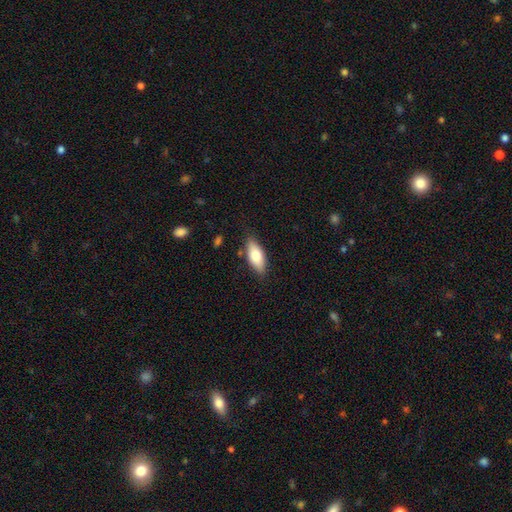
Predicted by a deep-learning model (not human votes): The model was most divided on "smooth or featured": smooth: 76%, featured or disk: 18%, star or artifact: 6%. More confident: merging — none (82%); how rounded — in between (81%).